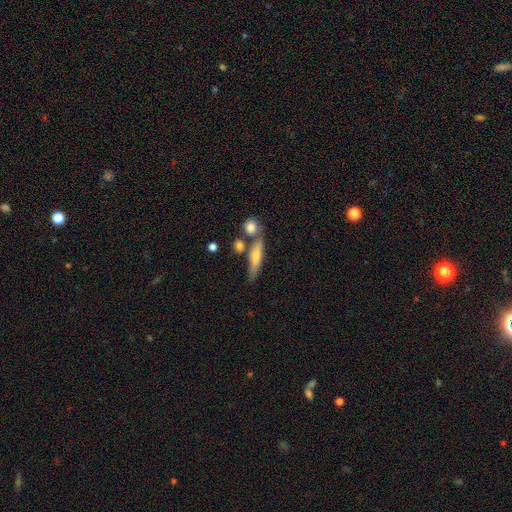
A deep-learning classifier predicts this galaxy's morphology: A smooth galaxy with no disk features (64%) that is cigar-shaped (70%).

Vote fractions:
- Smooth or featured? smooth: 64% / featured or disk: 30% / star or artifact: 7%
- How rounded? cigar-shaped: 70% / in between: 25% / round: 5%
- Merging? none: 60% / merger: 20% / minor disturbance: 15% / major disturbance: 5%